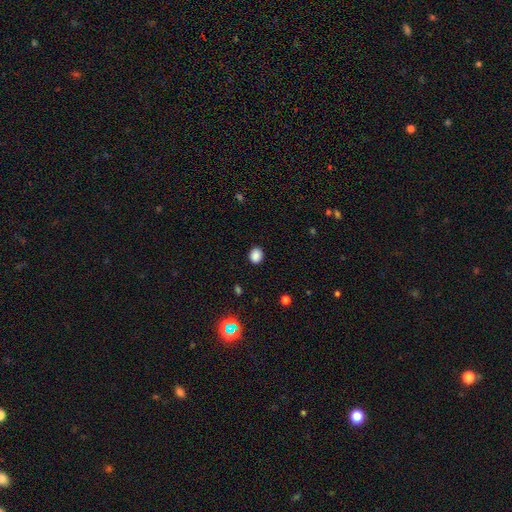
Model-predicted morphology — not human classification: A smooth galaxy with no disk features (86%) that is round (65%).

Vote fractions:
- Smooth or featured? smooth: 86% / star or artifact: 11% / featured or disk: 4%
- How rounded? round: 65% / in between: 34% / cigar-shaped: 1%
- Merging? none: 89% / minor disturbance: 7% / major disturbance: 2% / merger: 1%